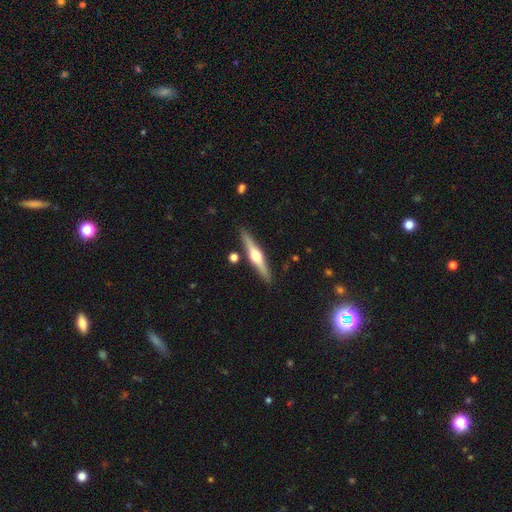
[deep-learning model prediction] smooth_or_featured: featured or disk (p=0.72) [alt: smooth p=0.23]
disk_edge_on: yes (p=0.98) [alt: no p=0.02]
edge_on_bulge: rounded (p=0.94) [alt: boxy p=0.04]
merging: none (p=0.88) [alt: minor disturbance p=0.08]